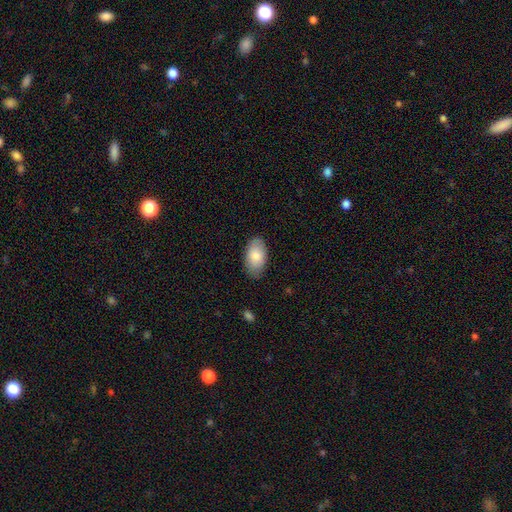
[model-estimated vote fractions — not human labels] A smooth galaxy with no disk features (82%) that is in between round and cigar-shaped (95%).

Vote fractions:
- Smooth or featured? smooth: 82% / featured or disk: 12% / star or artifact: 6%
- How rounded? in between: 95% / round: 4% / cigar-shaped: 2%
- Merging? none: 82% / minor disturbance: 14% / major disturbance: 3% / merger: 1%